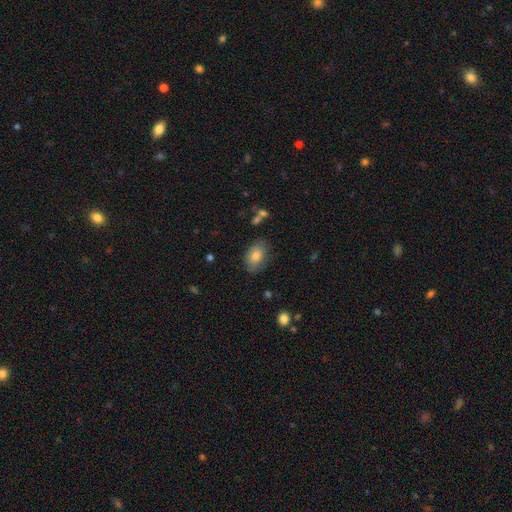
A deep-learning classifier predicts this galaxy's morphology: A smooth galaxy with no disk features (78%) that is in between round and cigar-shaped (87%).

Vote fractions:
- Smooth or featured? smooth: 78% / featured or disk: 14% / star or artifact: 8%
- How rounded? in between: 87% / round: 12% / cigar-shaped: 1%
- Merging? none: 78% / minor disturbance: 16% / major disturbance: 4% / merger: 2%